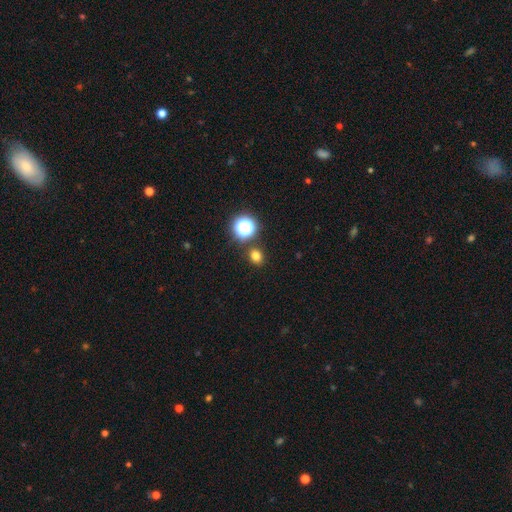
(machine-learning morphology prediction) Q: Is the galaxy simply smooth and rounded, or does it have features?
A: smooth — 75%.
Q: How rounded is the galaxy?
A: round — 64%.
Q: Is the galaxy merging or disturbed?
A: none — 84%.